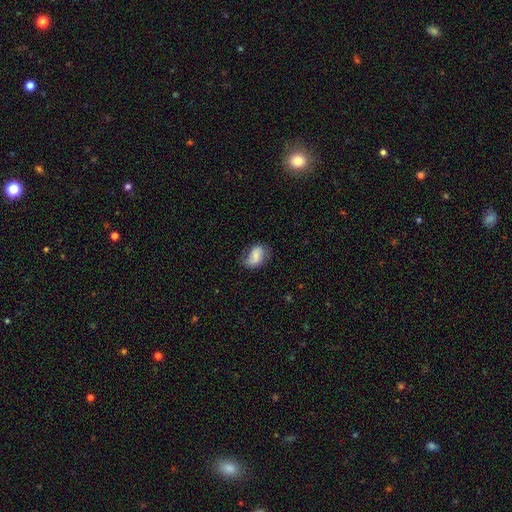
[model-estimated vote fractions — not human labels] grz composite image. It shows a smooth galaxy with no disk features (67%) that is in between round and cigar-shaped (84%). Merging: none (52%).